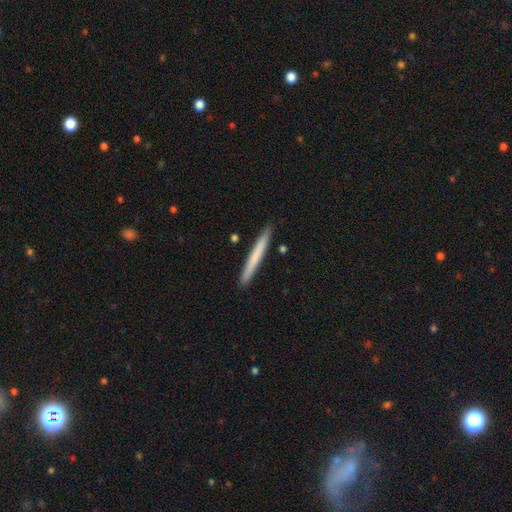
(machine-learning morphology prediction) This appears to be a smooth galaxy with no disk features (67%) that is cigar-shaped (97%). Merging: none (91%).